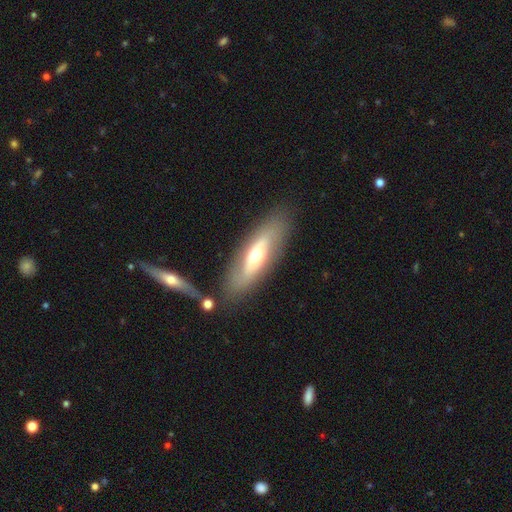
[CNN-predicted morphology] smooth_or_featured: featured or disk (p=0.49) [alt: smooth p=0.45]
merging: none (p=0.74) [alt: minor disturbance p=0.13]